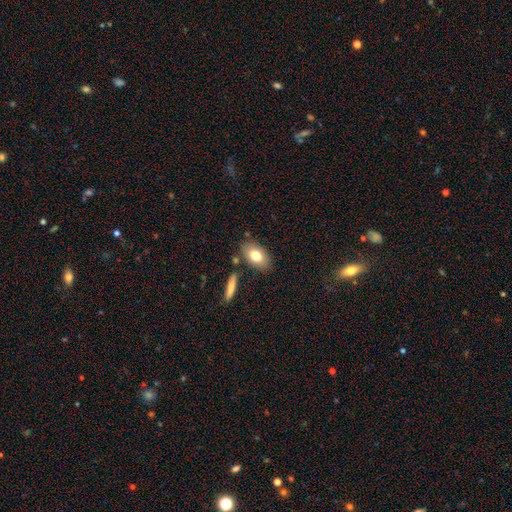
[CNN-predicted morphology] smooth-or-featured: smooth: 76% | featured or disk: 17% | star or artifact: 7%
  how-rounded: in between: 91% | round: 7% | cigar-shaped: 2%
  merging: none: 77% | minor disturbance: 12% | merger: 7% | major disturbance: 3%